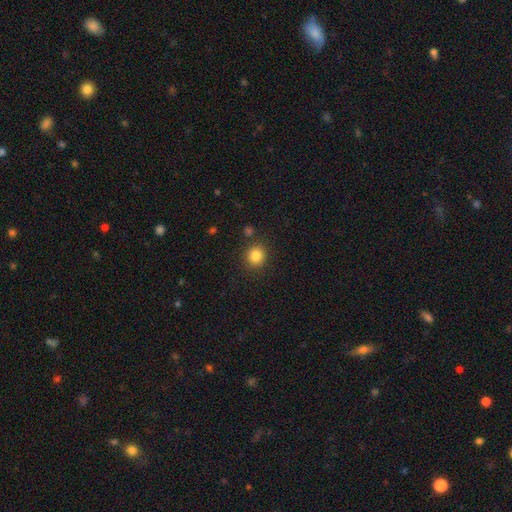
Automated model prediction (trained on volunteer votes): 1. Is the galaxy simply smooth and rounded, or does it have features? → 84% smooth, 11% star or artifact, 5% featured or disk.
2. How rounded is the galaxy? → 88% round, 12% in between, 1% cigar-shaped.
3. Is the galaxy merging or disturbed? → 86% none, 8% minor disturbance, 4% merger, 3% major disturbance.